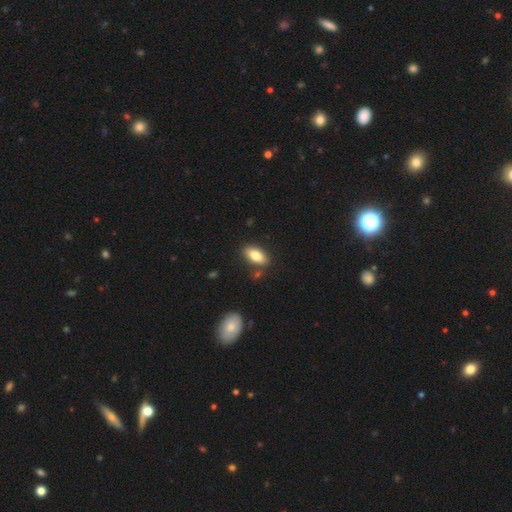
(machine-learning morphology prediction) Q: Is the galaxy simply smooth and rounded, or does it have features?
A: smooth — 81%.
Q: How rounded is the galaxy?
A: in between — 88%.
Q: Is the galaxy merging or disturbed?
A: none — 83%.